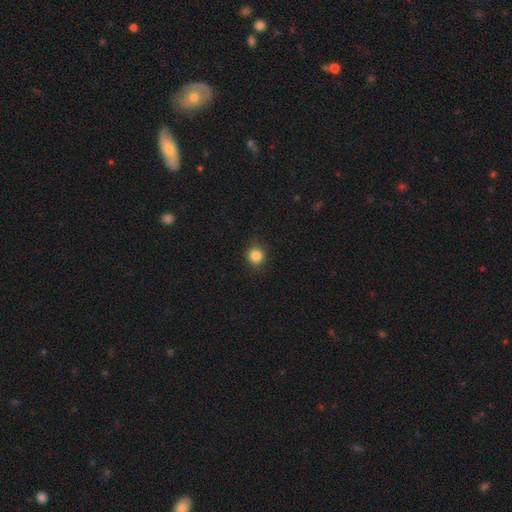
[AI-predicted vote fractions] Smooth or featured? smooth (85%)
How rounded? round (91%)
Merging? none (88%)